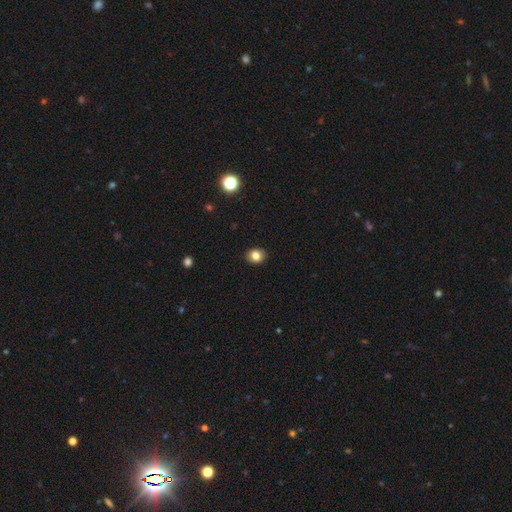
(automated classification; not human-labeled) Smooth or featured?
  - smooth: 82% *
  - star or artifact: 11%
  - featured or disk: 7%
How rounded?
  - round: 61% *
  - in between: 38%
  - cigar-shaped: 1%
Merging?
  - none: 90% *
  - minor disturbance: 8%
  - major disturbance: 2%
  - merger: 1%